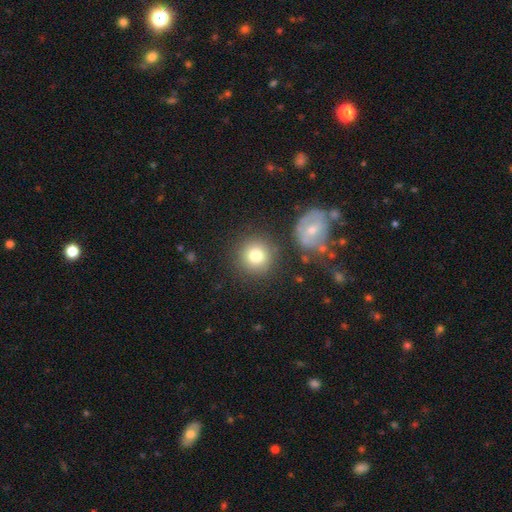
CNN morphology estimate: Smooth or featured: smooth — 80% (featured or disk — 10%)
How rounded: round — 93% (in between — 7%)
Merging: none — 81% (minor disturbance — 9%)